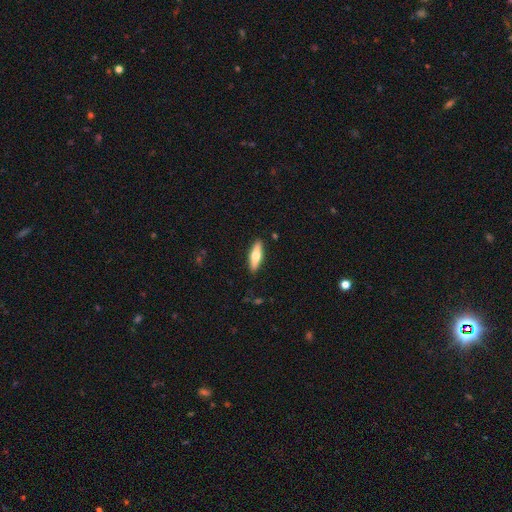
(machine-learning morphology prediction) Smooth or featured? Predicted: smooth (p=0.60). How rounded? Predicted: cigar-shaped (p=0.58). Merging? Predicted: none (p=0.89).